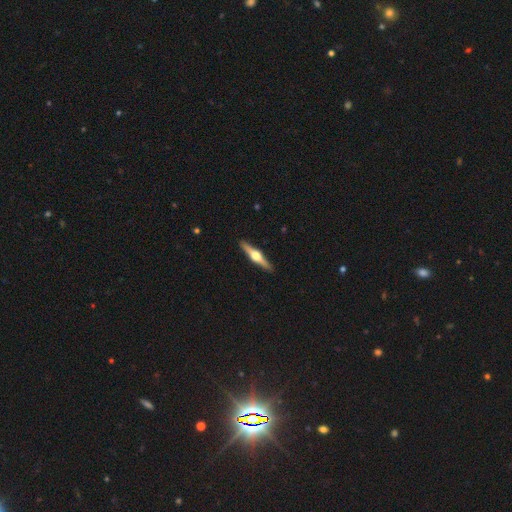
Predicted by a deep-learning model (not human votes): Smooth or featured? featured or disk (75%)
Edge-on disk? yes (98%)
Edge-on bulge? rounded (96%)
Merging? none (92%)